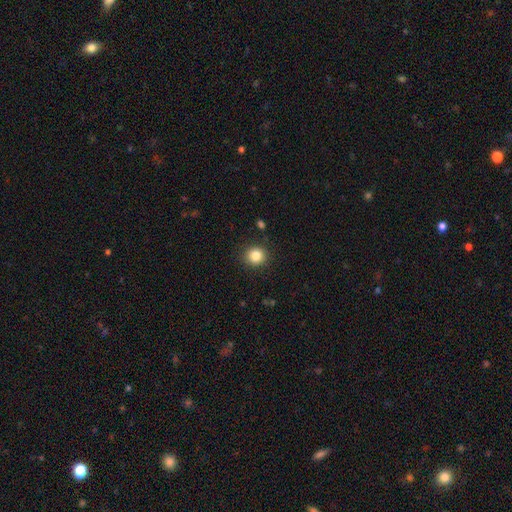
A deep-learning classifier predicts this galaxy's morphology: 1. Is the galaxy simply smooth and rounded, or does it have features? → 84% smooth, 11% star or artifact, 5% featured or disk.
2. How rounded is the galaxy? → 86% round, 13% in between, 1% cigar-shaped.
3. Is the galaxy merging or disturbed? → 89% none, 7% minor disturbance, 2% major disturbance, 1% merger.